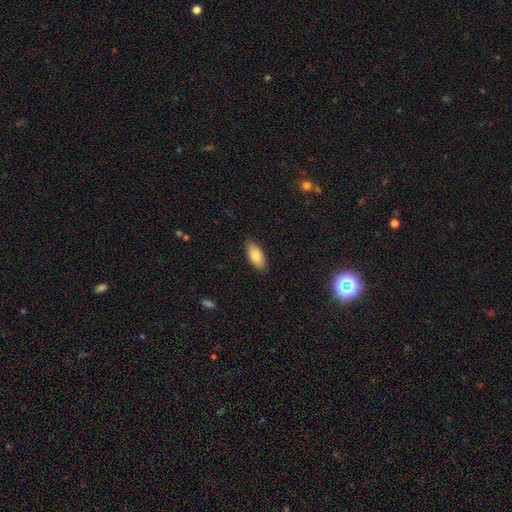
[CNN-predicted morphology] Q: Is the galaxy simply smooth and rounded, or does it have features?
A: smooth — 84%.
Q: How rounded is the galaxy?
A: in between — 90%.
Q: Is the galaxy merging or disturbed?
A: none — 86%.